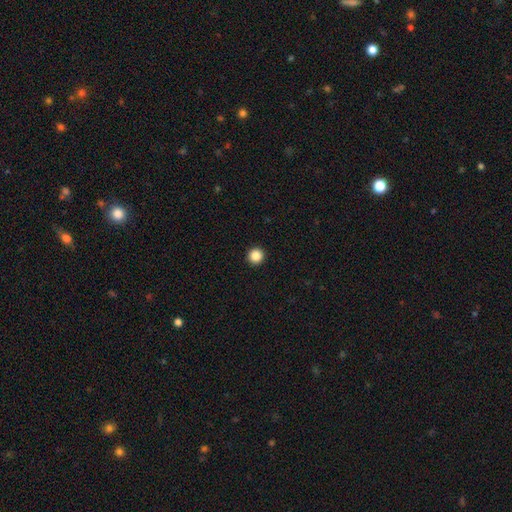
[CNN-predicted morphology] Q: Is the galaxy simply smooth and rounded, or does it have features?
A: smooth — 86%.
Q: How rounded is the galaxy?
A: round — 96%.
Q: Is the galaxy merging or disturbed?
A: none — 94%.